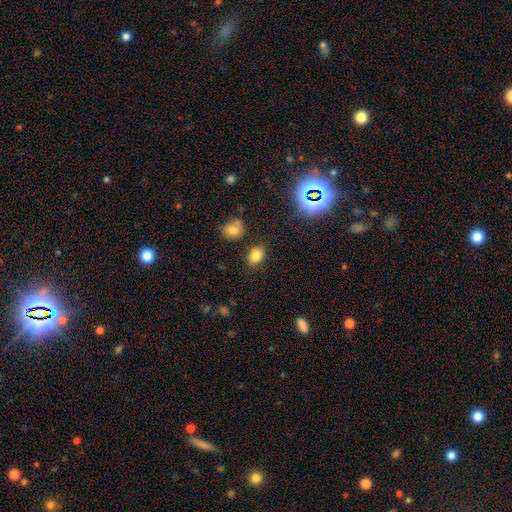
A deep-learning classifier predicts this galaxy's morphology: smooth_or_featured: smooth (p=0.80) [alt: star or artifact p=0.13]
how_rounded: in between (p=0.67) [alt: round p=0.31]
merging: none (p=0.82) [alt: minor disturbance p=0.11]